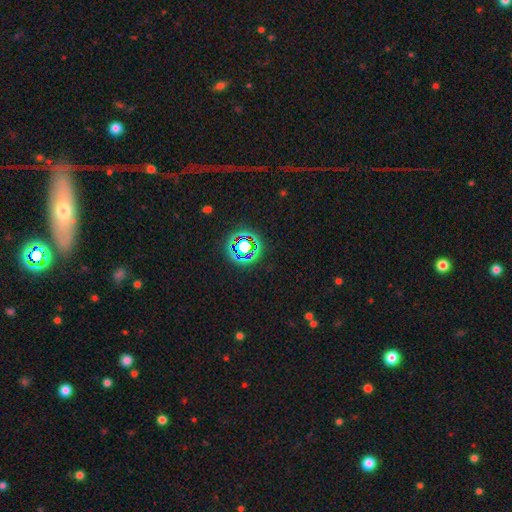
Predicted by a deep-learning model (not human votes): This is likely a star or artifact rather than a galaxy (70%).